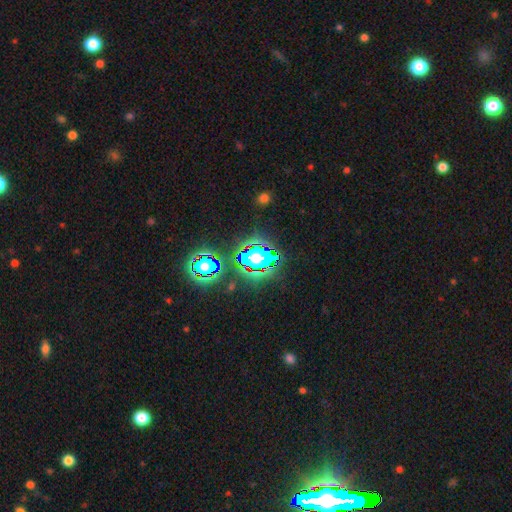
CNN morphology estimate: Smooth or featured: star or artifact — 76% (smooth — 14%)